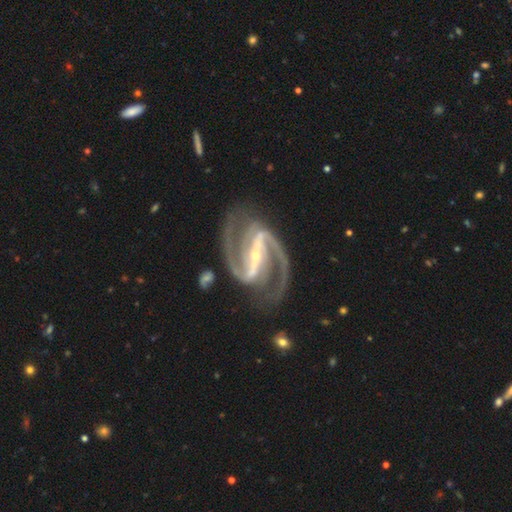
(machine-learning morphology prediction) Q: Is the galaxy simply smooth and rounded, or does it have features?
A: featured or disk — 94%.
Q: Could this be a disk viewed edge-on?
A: no — 98%.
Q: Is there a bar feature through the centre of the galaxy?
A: strong — 80%.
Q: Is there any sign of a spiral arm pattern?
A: yes — 99%.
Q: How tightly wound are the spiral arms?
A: medium — 63%.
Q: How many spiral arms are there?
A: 2 — 87%.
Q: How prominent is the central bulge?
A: small — 75%.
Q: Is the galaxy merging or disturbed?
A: none — 76%.